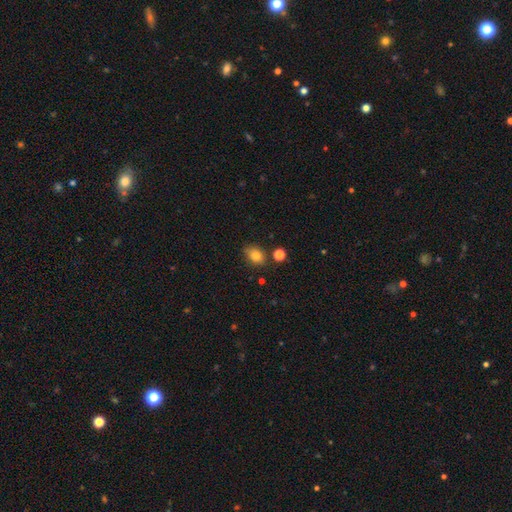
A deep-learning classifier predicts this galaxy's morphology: A smooth galaxy with no disk features (82%) that is in between round and cigar-shaped (69%).

Vote fractions:
- Smooth or featured? smooth: 82% / star or artifact: 11% / featured or disk: 7%
- How rounded? in between: 69% / round: 30% / cigar-shaped: 1%
- Merging? none: 76% / minor disturbance: 15% / merger: 5% / major disturbance: 4%